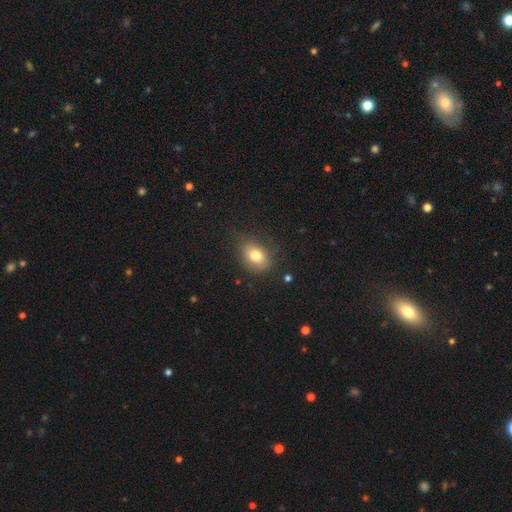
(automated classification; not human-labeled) Overall: smooth (79%). How rounded: in between (71%). Merging: none (73%).